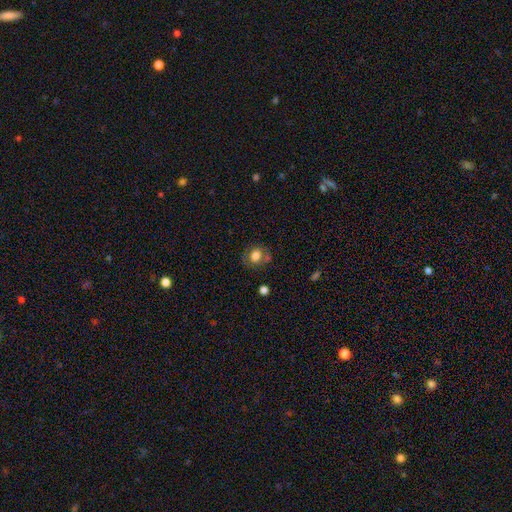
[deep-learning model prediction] A smooth galaxy with no disk features (74%) that is round (67%). Merging: none (68%).